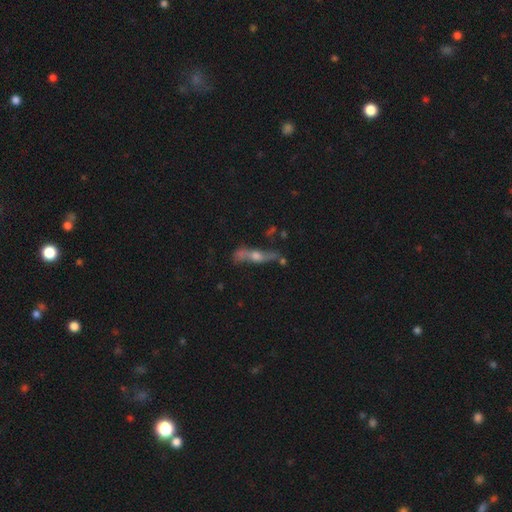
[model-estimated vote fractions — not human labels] Smooth or featured? Predicted: featured or disk (p=0.60). Edge-on disk? Predicted: yes (p=0.74). Merging? Predicted: none (p=0.53).